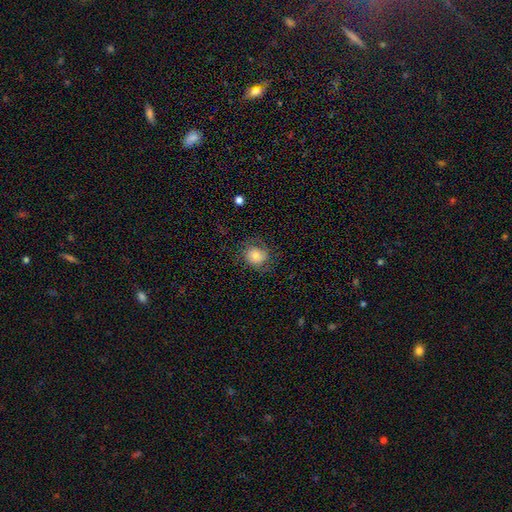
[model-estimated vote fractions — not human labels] Morphology: type=smooth (60%); roundness=round (76%); merging=none (68%).